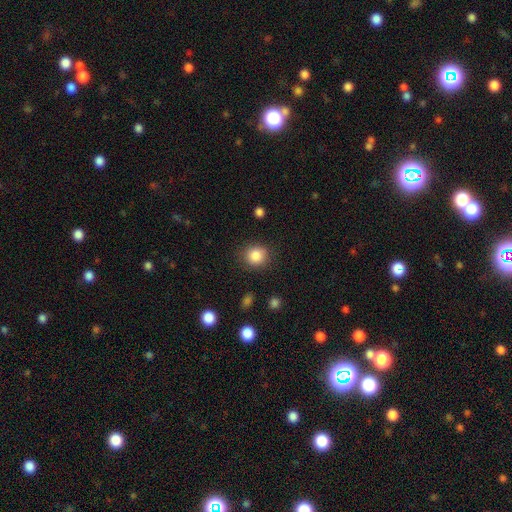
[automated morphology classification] A smooth galaxy with no disk features (86%) that is round (83%). Merging: none (87%).